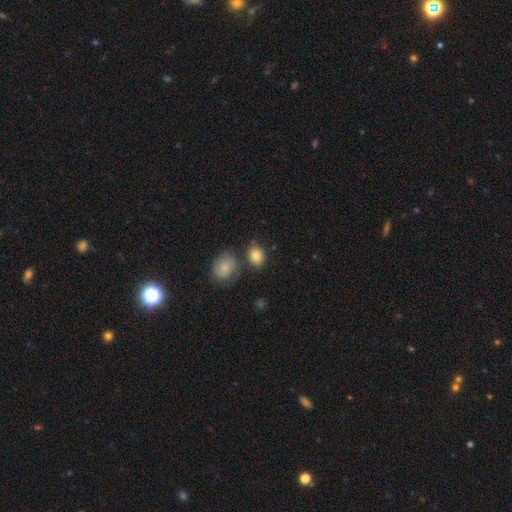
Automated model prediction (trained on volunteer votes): smooth_or_featured: smooth (p=0.82) [alt: featured or disk p=0.10]
how_rounded: in between (p=0.57) [alt: round p=0.42]
merging: none (p=0.68) [alt: minor disturbance p=0.15]